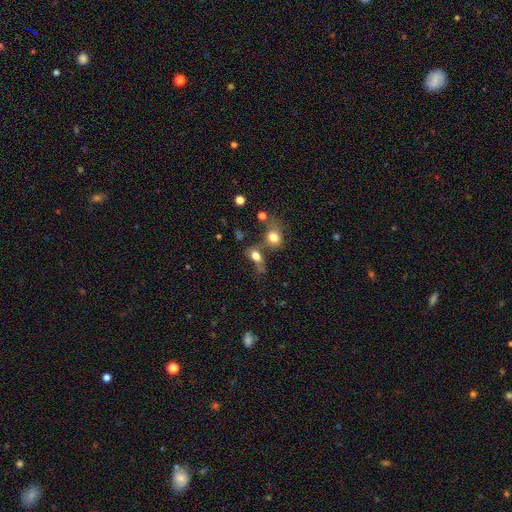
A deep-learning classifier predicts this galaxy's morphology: Q: Smooth or featured?
A: smooth (76%); runner-up: featured or disk (12%)
Q: How rounded?
A: in between (68%); runner-up: round (26%)
Q: Merging?
A: merger (37%); runner-up: none (35%)